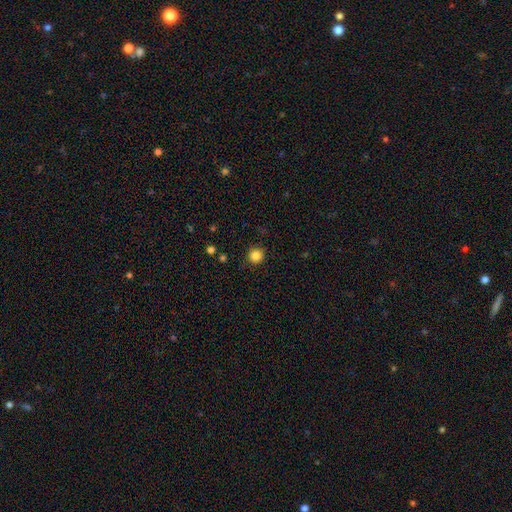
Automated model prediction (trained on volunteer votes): Smooth or featured? smooth (84%)
How rounded? round (95%)
Merging? none (92%)